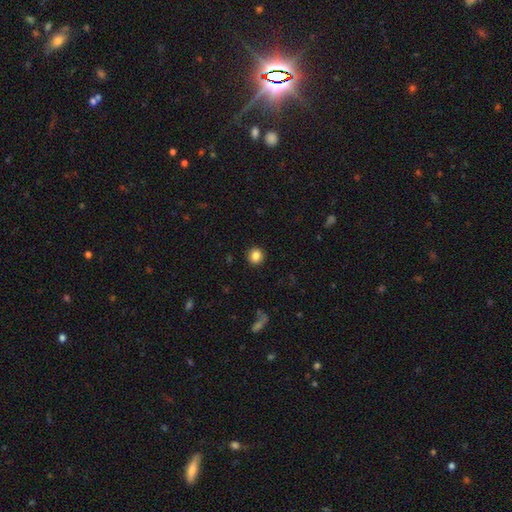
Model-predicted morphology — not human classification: Smooth or featured?
  - smooth: 85% *
  - star or artifact: 10%
  - featured or disk: 5%
How rounded?
  - round: 91% *
  - in between: 8%
  - cigar-shaped: 1%
Merging?
  - none: 92% *
  - minor disturbance: 5%
  - major disturbance: 2%
  - merger: 1%